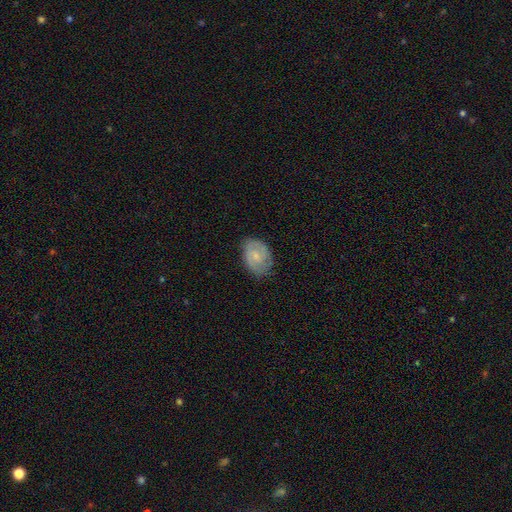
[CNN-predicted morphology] type=featured or disk (55%); edge-on=no (97%); bar=no (50%); spiral arms=yes (86%); bulge=small (55%); merging=none (73%).